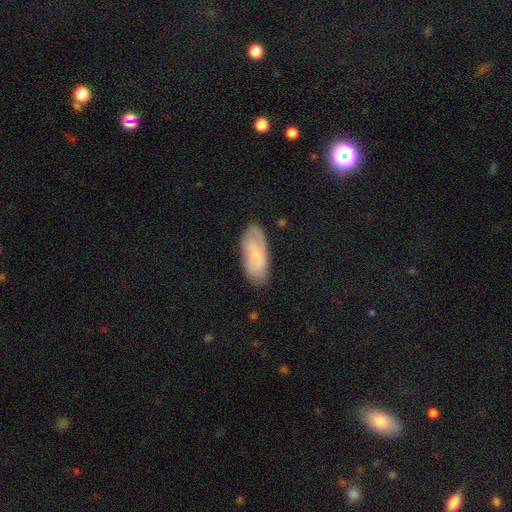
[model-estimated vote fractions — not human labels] smooth_or_featured: featured or disk (p=0.49) [alt: smooth p=0.42]
merging: none (p=0.75) [alt: minor disturbance p=0.19]